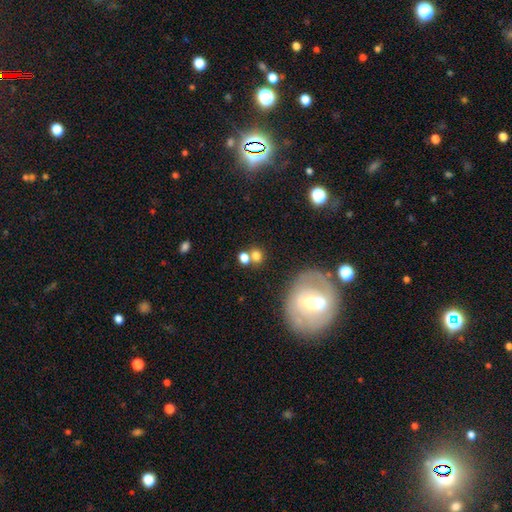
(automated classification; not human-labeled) The model was most divided on "merging": none: 54%, merger: 31%, minor disturbance: 10%, major disturbance: 5%. More confident: how rounded — round (75%); smooth or featured — smooth (73%).